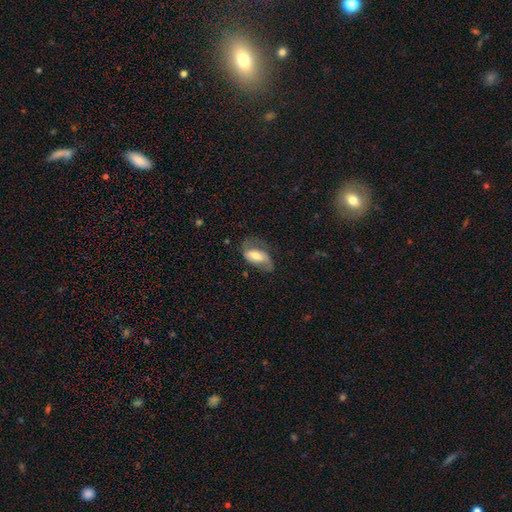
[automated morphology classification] The model was most divided on "smooth or featured": featured or disk: 50%, smooth: 43%, star or artifact: 7%. Remaining: merging — none (47%).